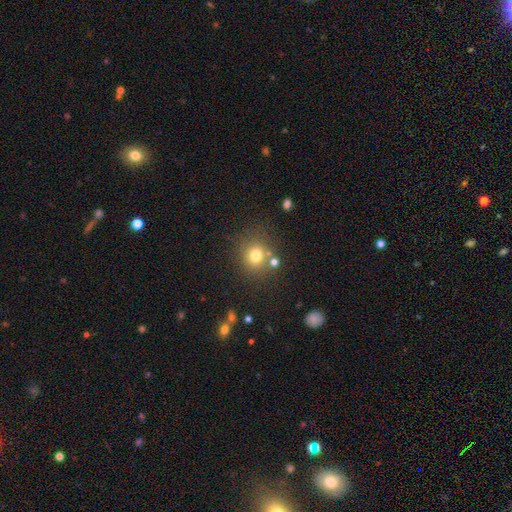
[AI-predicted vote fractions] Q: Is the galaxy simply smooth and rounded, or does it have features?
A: smooth — 75%.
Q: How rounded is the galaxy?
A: round — 86%.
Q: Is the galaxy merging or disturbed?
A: none — 76%.